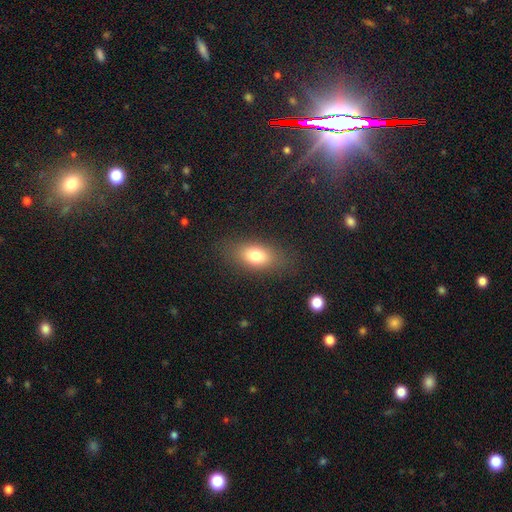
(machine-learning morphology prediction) smooth 77%, featured or disk 13%, star or artifact 9%. Down the decision tree: how rounded — in between (83%); merging — none (82%).